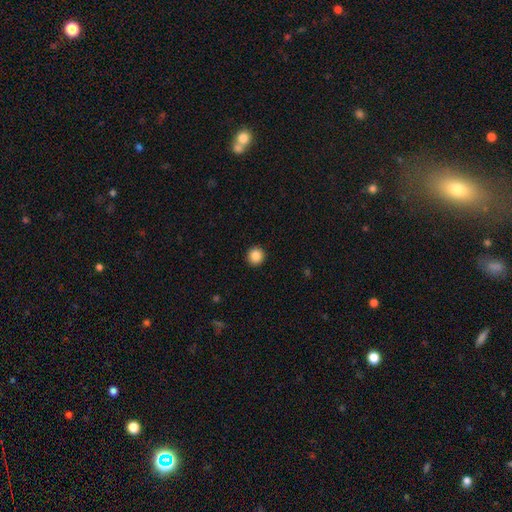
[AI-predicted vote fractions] Morphology: type=smooth (87%); roundness=round (93%); merging=none (92%).